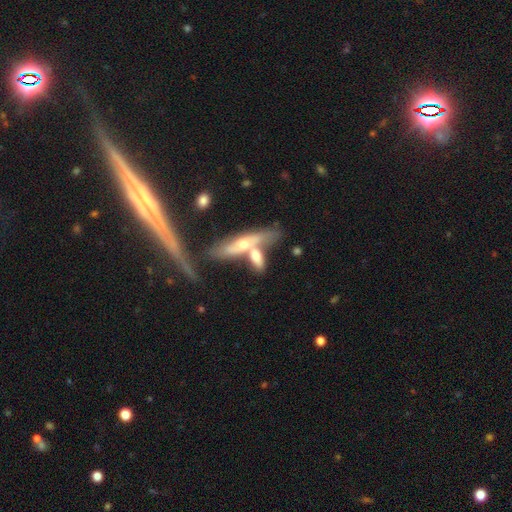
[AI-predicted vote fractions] Smooth or featured? smooth (50%)
How rounded? in between (51%)
Merging? merger (55%)